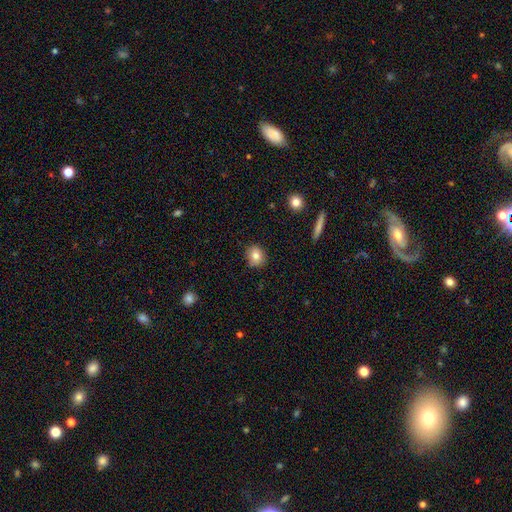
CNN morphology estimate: smooth 81%, star or artifact 10%, featured or disk 9%. Down the decision tree: how rounded — round (76%); merging — none (86%).